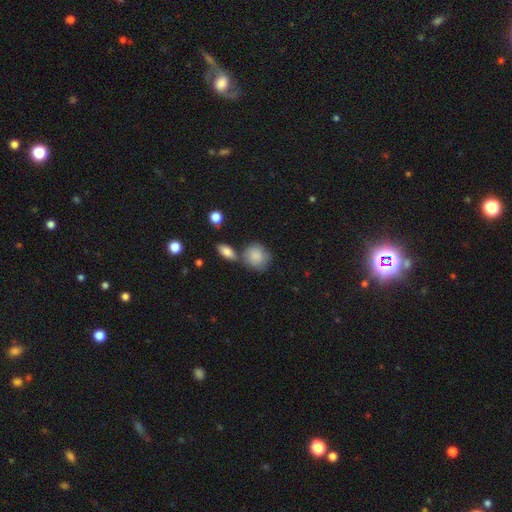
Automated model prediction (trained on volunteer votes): Morphology: type=smooth (86%); roundness=round (71%); merging=none (61%).